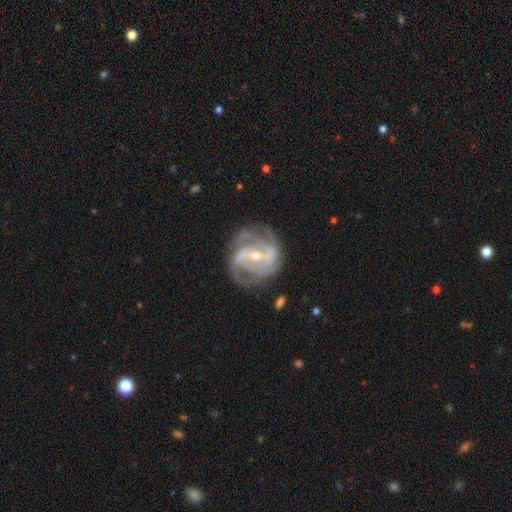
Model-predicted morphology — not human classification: smooth-or-featured: featured or disk: 90% | smooth: 5% | star or artifact: 5%
  disk-edge-on: no: 97% | yes: 3%
    bar: strong: 42% | weak: 40% | no: 18%
    has-spiral-arms: yes: 96% | no: 4%
      spiral-winding: medium: 47% | tight: 40% | loose: 13%
      spiral-arm-count: 2: 36% | 3: 32% | can't tell: 14% | 4: 9% | 1: 4% | more than 4: 4%
    bulge-size: small: 55% | moderate: 42% | large: 1% | none: 1% | dominant: 1%
  merging: none: 71% | minor disturbance: 18% | major disturbance: 9% | merger: 2%